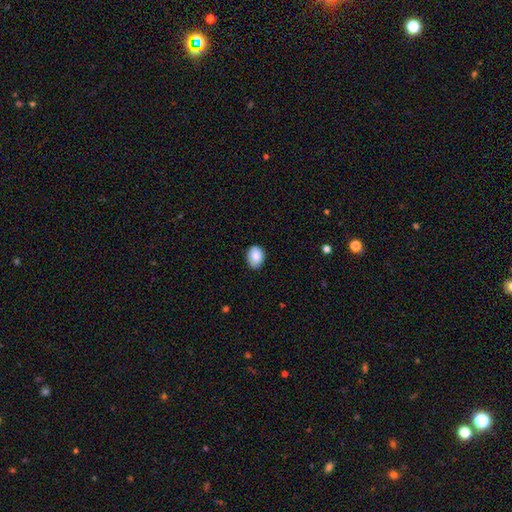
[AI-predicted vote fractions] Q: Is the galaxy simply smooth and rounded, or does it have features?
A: smooth — 87%.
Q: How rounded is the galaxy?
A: in between — 64%.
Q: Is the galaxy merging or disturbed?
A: none — 82%.